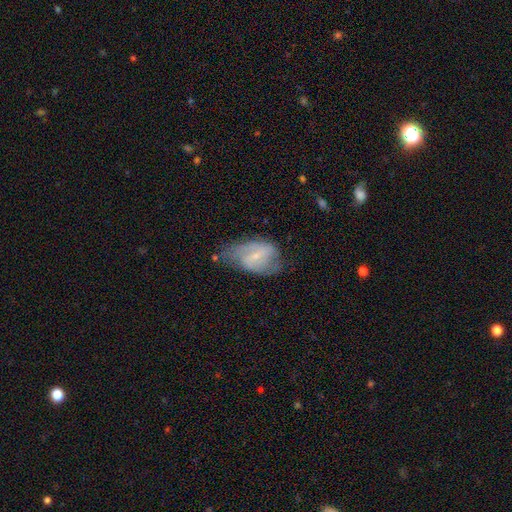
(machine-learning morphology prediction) This is likely a featured or disk galaxy (68%). It is clearly not viewed edge-on (96%). Bar: possibly weak (50%). Spiral arm pattern: clearly yes (81%). Spiral arm count: likely 2 (71%). Spiral winding: marginally medium (45%). Central bulge: likely small (71%). Merging: possibly none (51%).